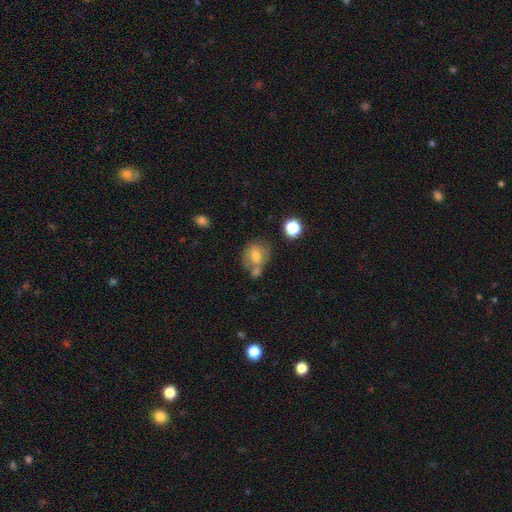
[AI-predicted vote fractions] smooth-or-featured: smooth: 62% | featured or disk: 27% | star or artifact: 11%
  how-rounded: round: 61% | in between: 38% | cigar-shaped: 1%
  merging: none: 43% | merger: 33% | minor disturbance: 17% | major disturbance: 7%